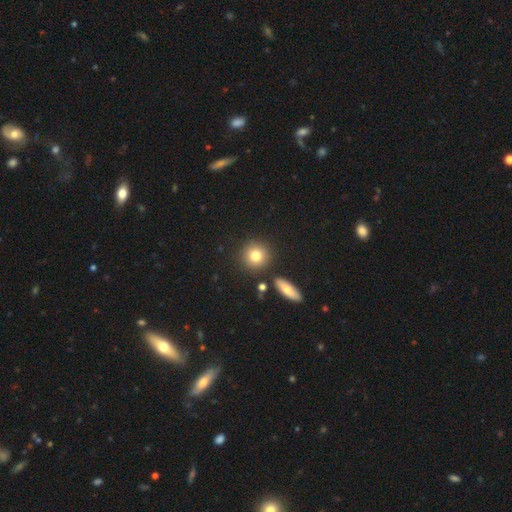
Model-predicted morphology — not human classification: This is likely a smooth galaxy (79%). How rounded: clearly round (89%). Merging: clearly none (83%).